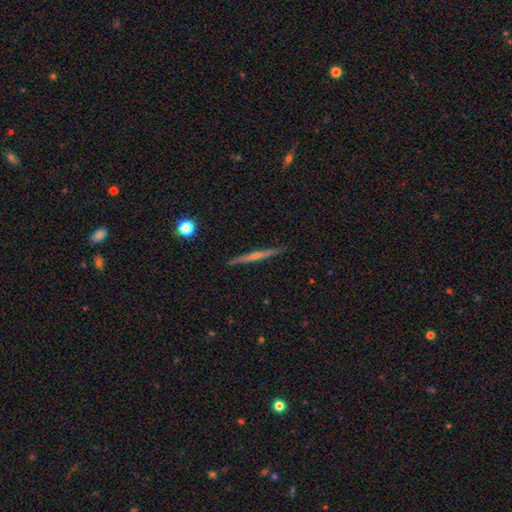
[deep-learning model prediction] This is likely a featured or disk galaxy (65%). It is clearly viewed edge-on (96%). Edge-on bulge: likely rounded (63%). Merging: clearly none (90%).